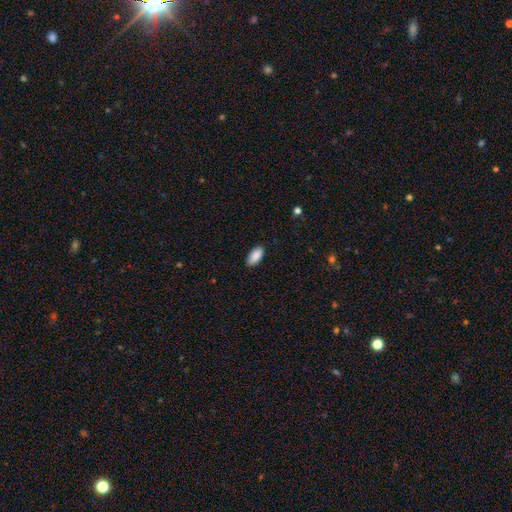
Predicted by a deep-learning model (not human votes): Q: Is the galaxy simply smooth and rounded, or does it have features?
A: smooth — 90%.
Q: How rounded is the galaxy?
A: in between — 92%.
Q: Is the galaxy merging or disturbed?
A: none — 86%.